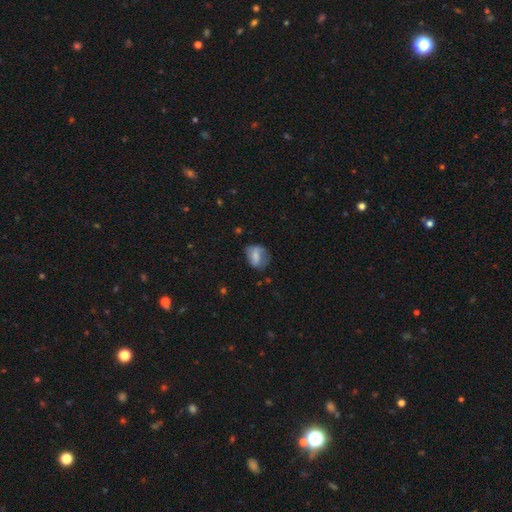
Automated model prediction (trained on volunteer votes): smooth_or_featured: smooth (p=0.65) [alt: featured or disk p=0.27]
how_rounded: in between (p=0.64) [alt: round p=0.33]
merging: none (p=0.49) [alt: minor disturbance p=0.31]